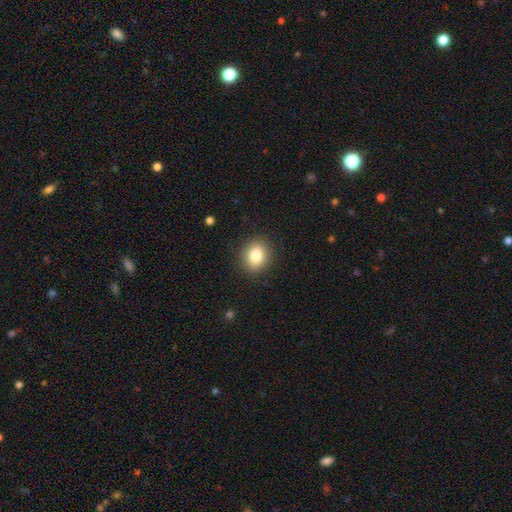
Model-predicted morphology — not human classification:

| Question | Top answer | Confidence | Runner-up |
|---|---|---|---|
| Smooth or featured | smooth | 83% | star or artifact (9%) |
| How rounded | round | 54% | in between (45%) |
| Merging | none | 89% | minor disturbance (8%) |